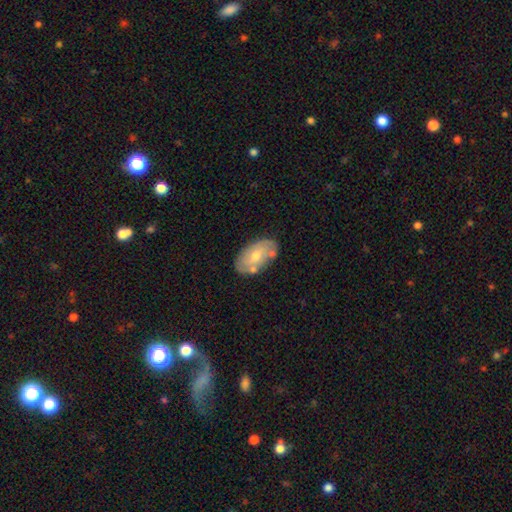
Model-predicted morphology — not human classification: A featured or disk galaxy (47%).

Vote fractions:
- Smooth or featured? featured or disk: 47% / smooth: 46% / star or artifact: 6%
- Merging? none: 70% / minor disturbance: 17% / merger: 9% / major disturbance: 4%